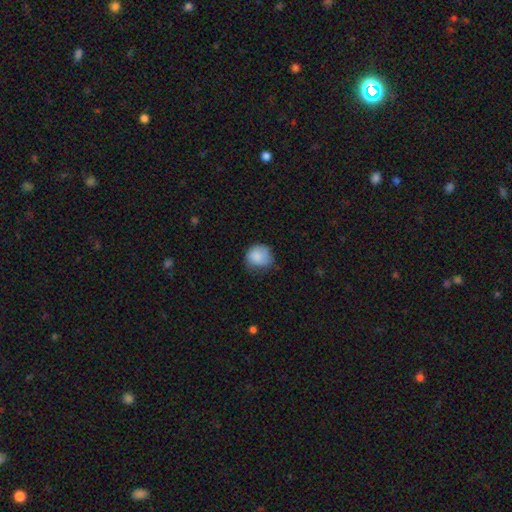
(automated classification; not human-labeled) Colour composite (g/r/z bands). It shows a smooth galaxy with no disk features (85%) that is round (83%). Merging: none (57%).